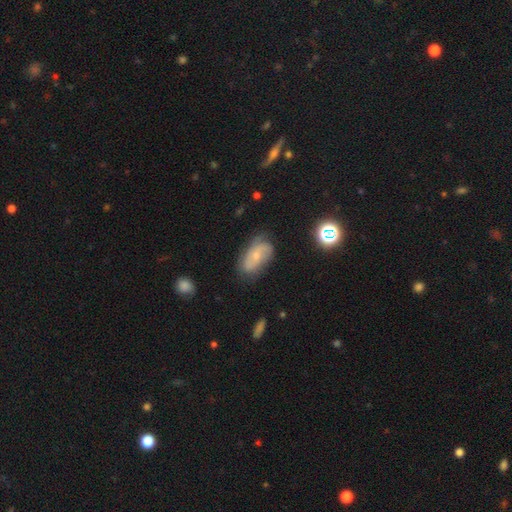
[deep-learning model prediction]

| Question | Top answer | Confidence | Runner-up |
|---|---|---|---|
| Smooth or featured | featured or disk | 55% | smooth (35%) |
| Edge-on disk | no | 93% | yes (7%) |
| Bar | no | 69% | weak (25%) |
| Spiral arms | yes | 81% | no (19%) |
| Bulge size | small | 66% | moderate (28%) |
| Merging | none | 58% | minor disturbance (29%) |